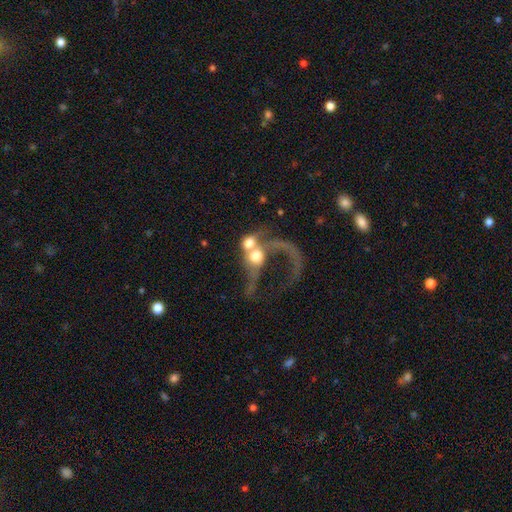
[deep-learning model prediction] Smooth or featured? featured or disk (52%)
Edge-on disk? no (94%)
Merging? merger (69%)